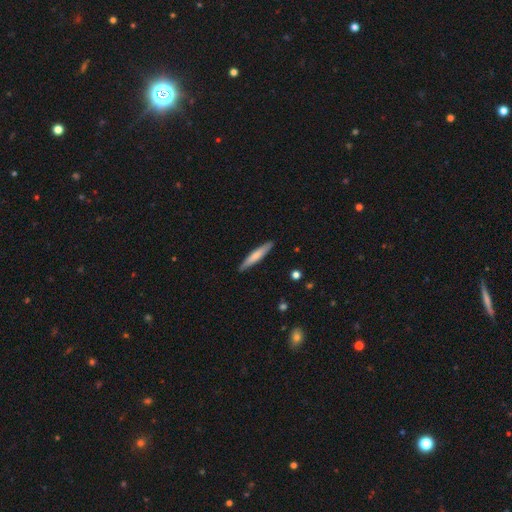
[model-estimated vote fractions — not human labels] This is likely a smooth galaxy (70%). How rounded: clearly cigar-shaped (92%). Merging: clearly none (89%).